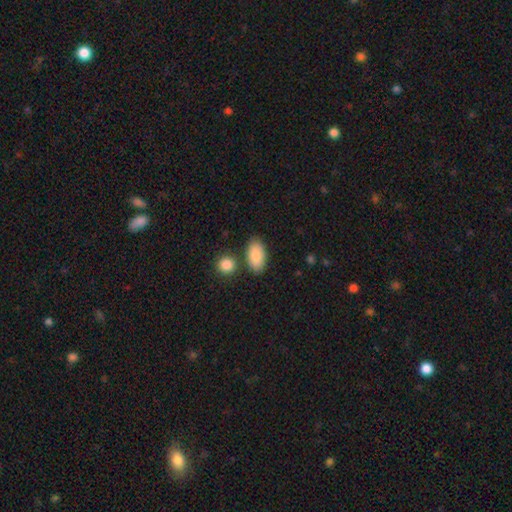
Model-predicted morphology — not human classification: Q: Smooth or featured?
A: smooth (87%); runner-up: featured or disk (7%)
Q: How rounded?
A: in between (93%); runner-up: round (4%)
Q: Merging?
A: none (76%); runner-up: minor disturbance (12%)